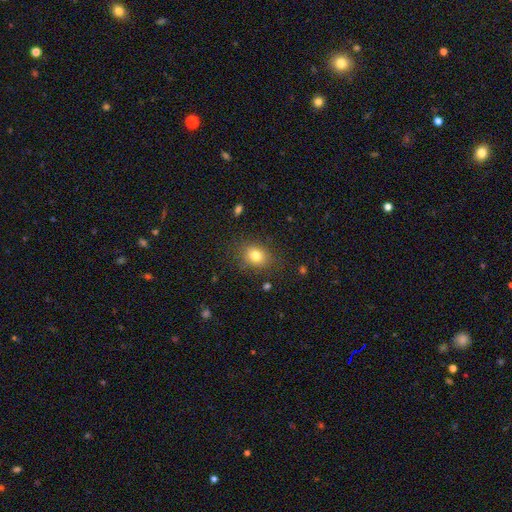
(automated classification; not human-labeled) Overall: smooth (79%). How rounded: round (55%; in between 44%). Merging: none (82%).